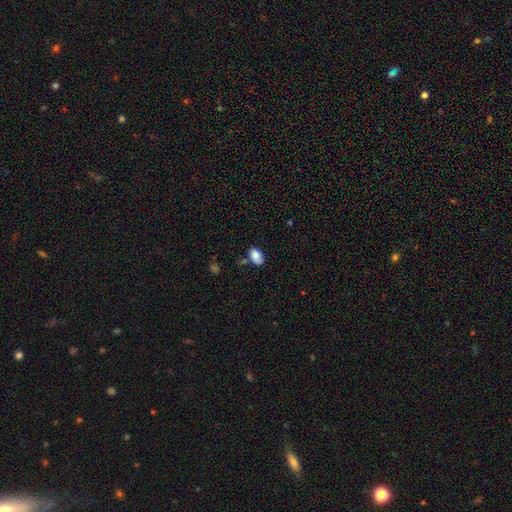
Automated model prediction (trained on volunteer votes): A smooth galaxy with no disk features (83%) that is in between round and cigar-shaped (92%).

Vote fractions:
- Smooth or featured? smooth: 83% / featured or disk: 9% / star or artifact: 8%
- How rounded? in between: 92% / round: 7% / cigar-shaped: 2%
- Merging? none: 62% / minor disturbance: 25% / merger: 7% / major disturbance: 6%